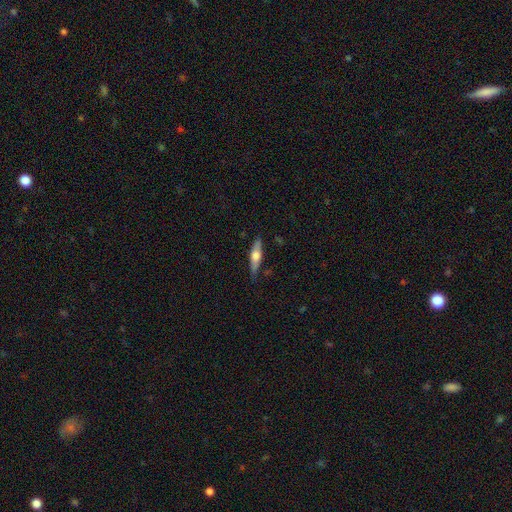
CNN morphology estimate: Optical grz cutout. It shows a featured or disk galaxy (53%) viewed edge-on (93%). Merging: none (81%).